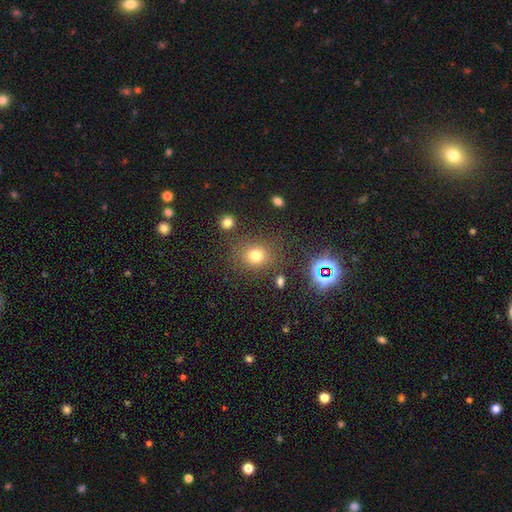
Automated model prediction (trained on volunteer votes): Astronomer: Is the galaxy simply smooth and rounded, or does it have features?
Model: smooth — 71%.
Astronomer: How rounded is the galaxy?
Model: round — 78%.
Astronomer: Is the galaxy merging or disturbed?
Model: none — 80%.